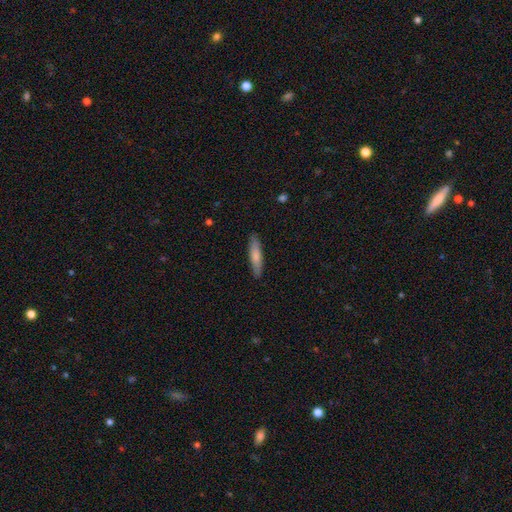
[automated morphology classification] Smooth or featured: smooth — 75% (featured or disk — 20%)
How rounded: cigar-shaped — 82% (in between — 16%)
Merging: none — 89% (minor disturbance — 9%)